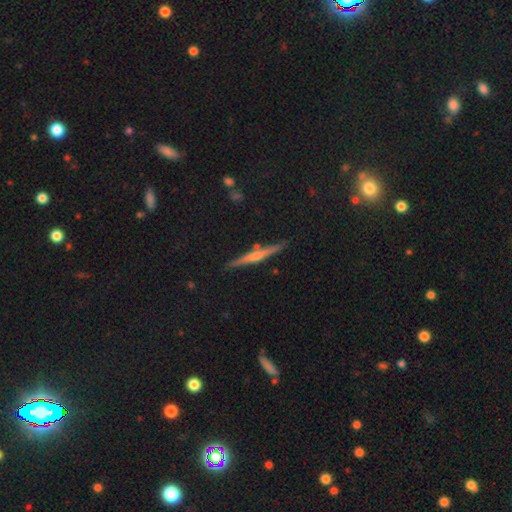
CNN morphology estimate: A featured or disk galaxy (75%) viewed edge-on (98%) with a rounded central bulge (73%). Merging: none (90%).